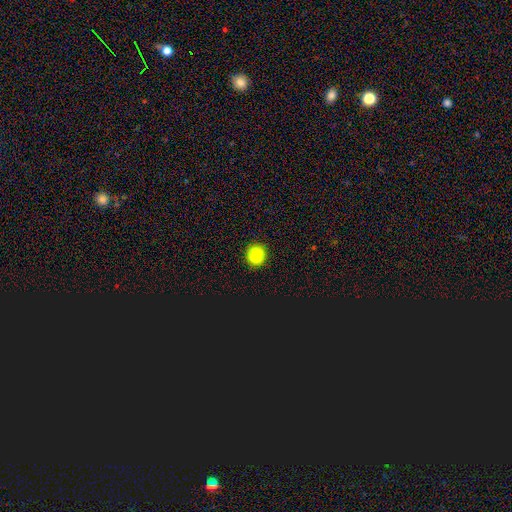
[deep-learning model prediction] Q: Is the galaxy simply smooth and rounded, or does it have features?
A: smooth — 78%.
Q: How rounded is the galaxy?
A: round — 88%.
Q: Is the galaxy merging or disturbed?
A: none — 84%.